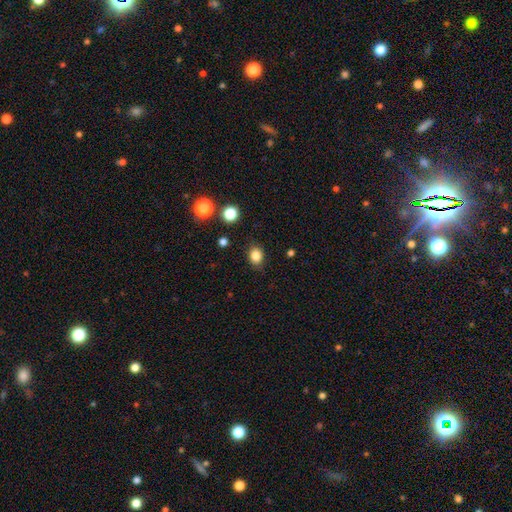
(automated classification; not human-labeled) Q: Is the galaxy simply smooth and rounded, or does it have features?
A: smooth — 84%.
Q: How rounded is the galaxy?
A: round — 51%.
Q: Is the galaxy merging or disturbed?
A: none — 85%.